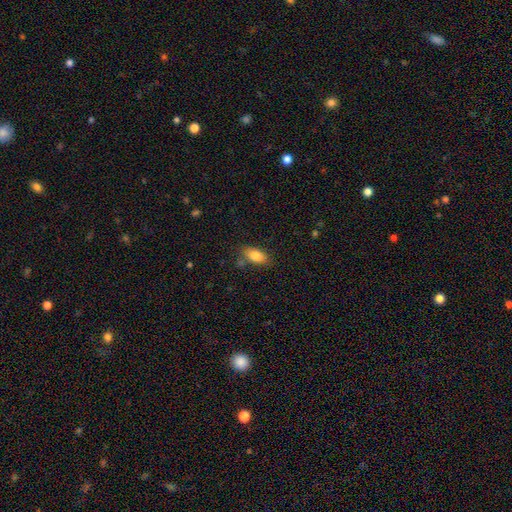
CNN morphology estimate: Smooth or featured: smooth — 83% (featured or disk — 10%)
How rounded: in between — 89% (cigar-shaped — 6%)
Merging: none — 74% (minor disturbance — 16%)